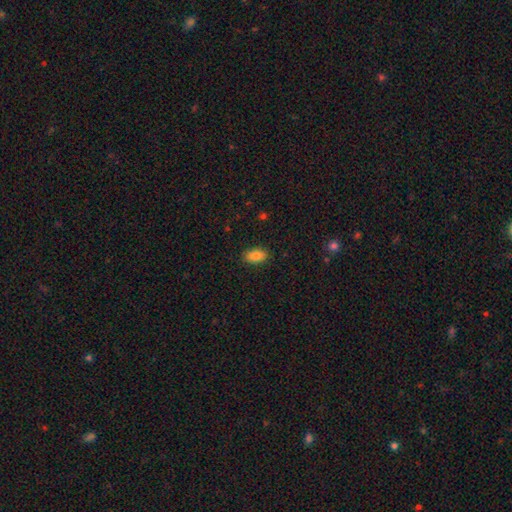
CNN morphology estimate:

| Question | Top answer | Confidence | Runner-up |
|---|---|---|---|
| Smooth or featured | smooth | 84% | star or artifact (8%) |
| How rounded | in between | 91% | round (6%) |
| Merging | none | 88% | minor disturbance (9%) |